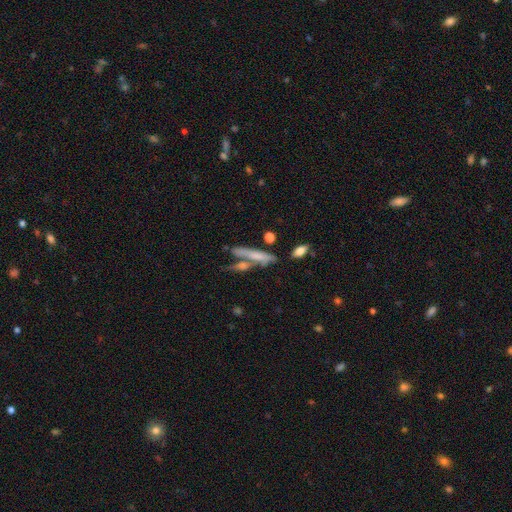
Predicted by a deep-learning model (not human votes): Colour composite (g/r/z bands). It shows a smooth galaxy with no disk features (56%) that is cigar-shaped (81%). Merging: none (50%).